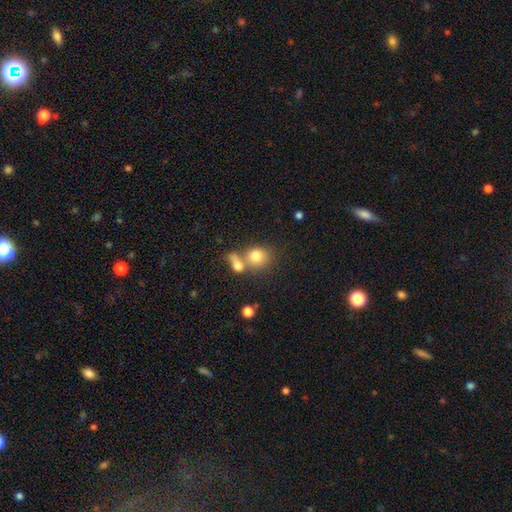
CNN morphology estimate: Smooth or featured?
  - smooth: 77% *
  - featured or disk: 12%
  - star or artifact: 11%
How rounded?
  - round: 73% *
  - in between: 26%
  - cigar-shaped: 1%
Merging?
  - merger: 46% *
  - none: 41%
  - minor disturbance: 9%
  - major disturbance: 5%